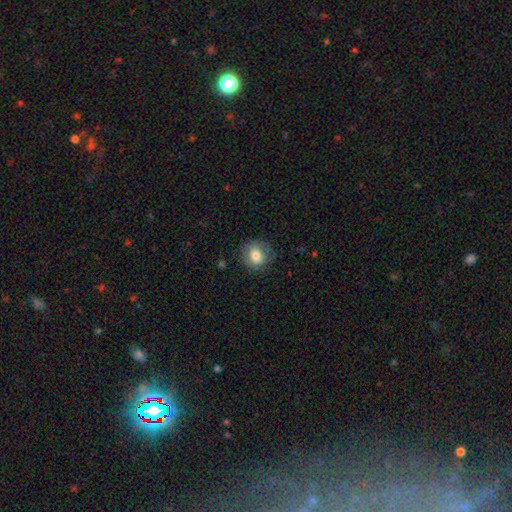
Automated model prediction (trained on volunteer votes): Smooth or featured? Predicted: smooth (p=0.76). How rounded? Predicted: round (p=0.71). Merging? Predicted: none (p=0.76).